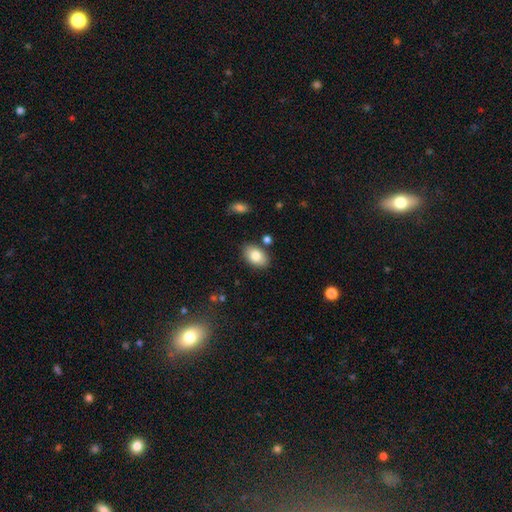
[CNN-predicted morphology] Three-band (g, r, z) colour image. It shows a smooth galaxy with no disk features (82%) that is in between round and cigar-shaped (89%). Merging: none (83%).